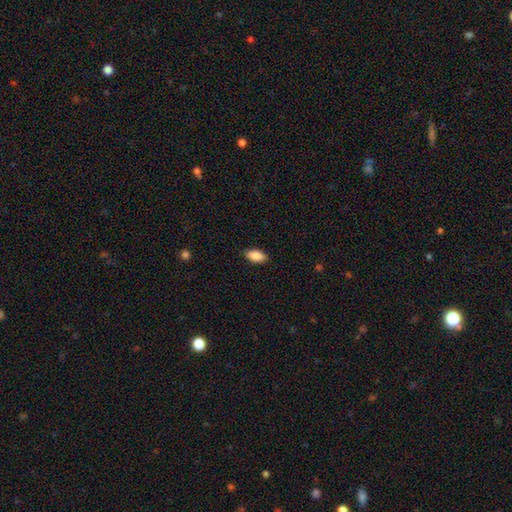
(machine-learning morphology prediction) type=smooth (88%); roundness=in between (93%); merging=none (88%).